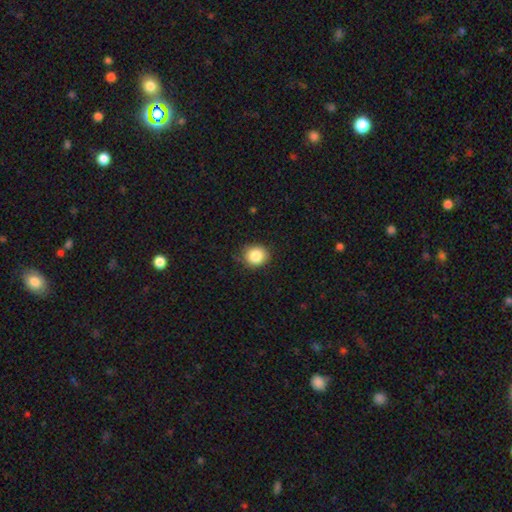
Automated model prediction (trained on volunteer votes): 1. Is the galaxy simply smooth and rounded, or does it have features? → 86% smooth, 9% star or artifact, 5% featured or disk.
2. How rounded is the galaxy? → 77% round, 22% in between, 1% cigar-shaped.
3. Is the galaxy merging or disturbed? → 85% none, 12% minor disturbance, 2% major disturbance, 1% merger.